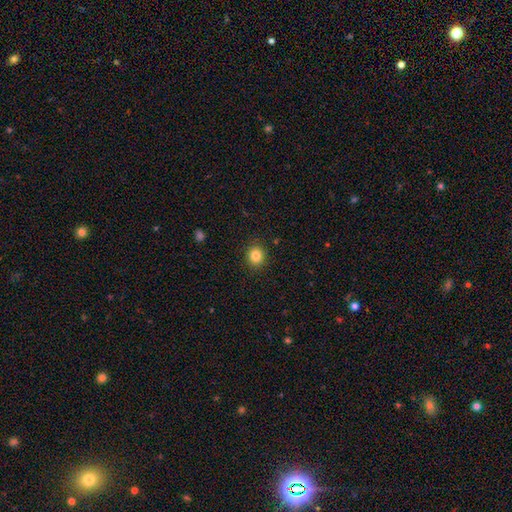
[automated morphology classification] Smooth or featured? Predicted: smooth (p=0.84). How rounded? Predicted: round (p=0.82). Merging? Predicted: none (p=0.90).